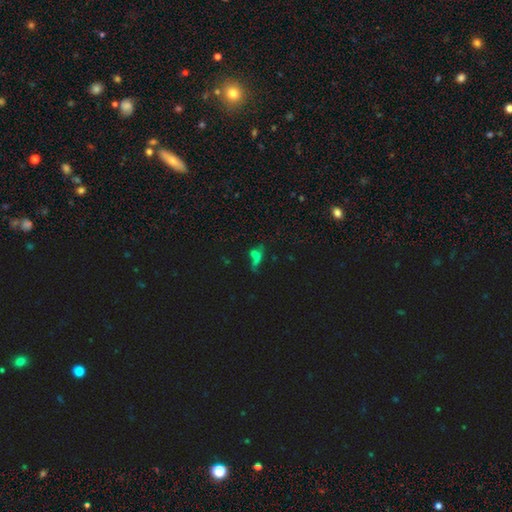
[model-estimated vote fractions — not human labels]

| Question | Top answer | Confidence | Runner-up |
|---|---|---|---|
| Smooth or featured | smooth | 45% | star or artifact (35%) |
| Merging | none | 35% | major disturbance (24%) |